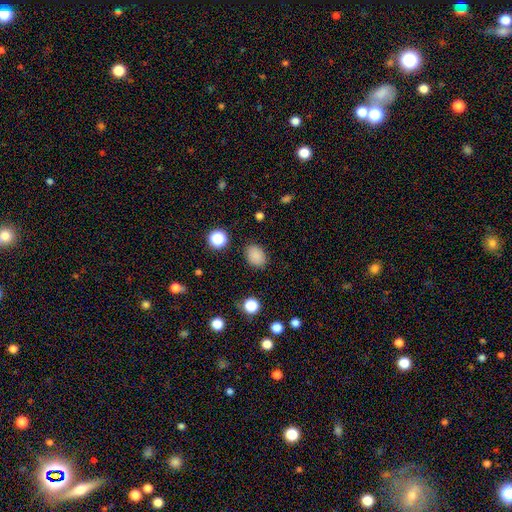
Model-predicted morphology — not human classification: Overall: smooth (85%). How rounded: in between (67%; round 32%). Merging: none (85%).